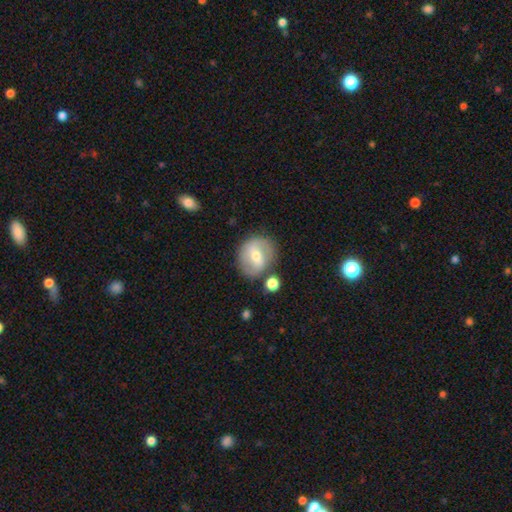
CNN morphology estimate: type=featured or disk (56%); edge-on=no (96%); bar=weak (45%); spiral arms=yes (64%); bulge=moderate (52%); merging=none (72%).